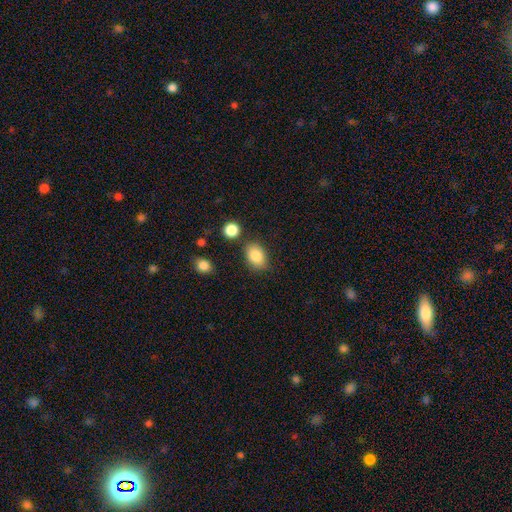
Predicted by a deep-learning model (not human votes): A smooth galaxy with no disk features (86%) that is in between round and cigar-shaped (76%). Merging: none (78%).